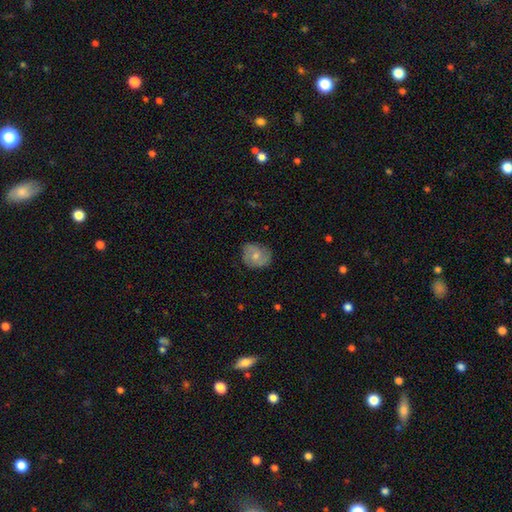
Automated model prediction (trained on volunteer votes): This appears to be a featured or disk galaxy (47%). Merging: none (74%).